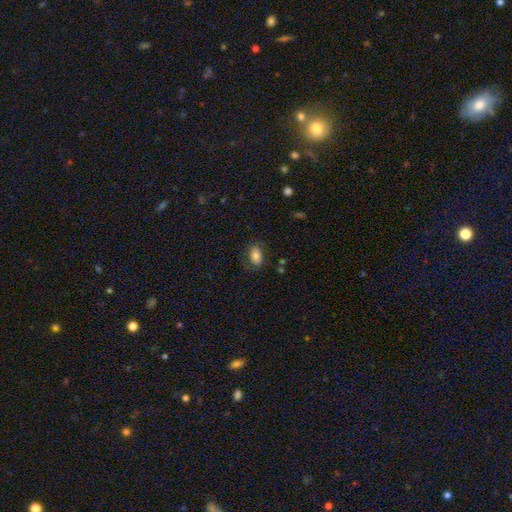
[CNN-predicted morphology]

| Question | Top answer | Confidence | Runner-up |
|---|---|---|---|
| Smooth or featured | smooth | 83% | featured or disk (9%) |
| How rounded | in between | 89% | round (10%) |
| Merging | none | 80% | minor disturbance (14%) |